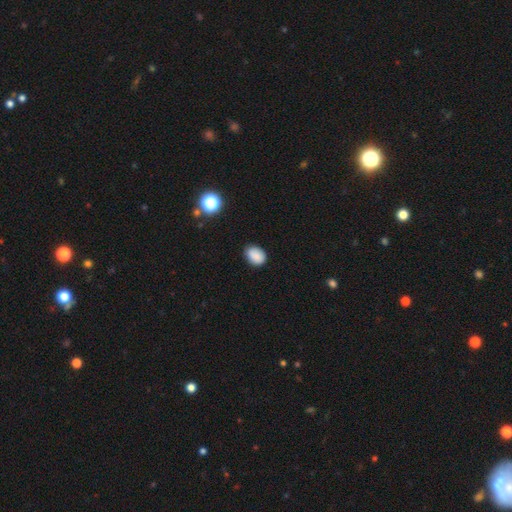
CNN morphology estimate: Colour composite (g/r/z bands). It shows a smooth galaxy with no disk features (86%) that is in between round and cigar-shaped (71%). Merging: none (81%).